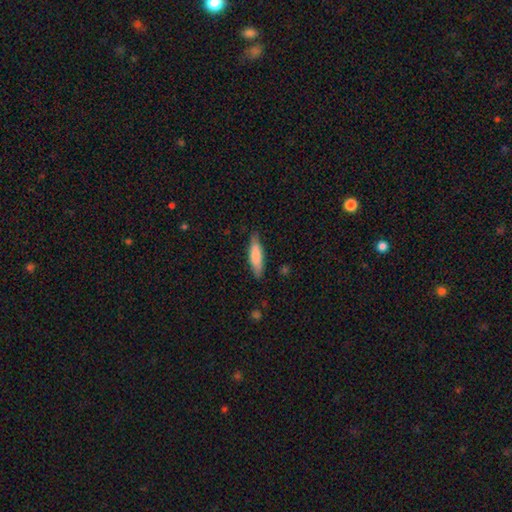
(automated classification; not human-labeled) The model was most divided on "how rounded": cigar-shaped: 61%, in between: 37%, round: 2%. More confident: merging — none (82%); smooth or featured — smooth (80%).